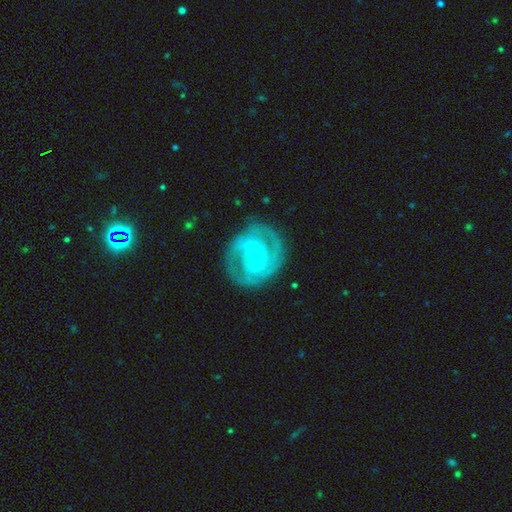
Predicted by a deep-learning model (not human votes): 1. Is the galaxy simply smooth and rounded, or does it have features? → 87% featured or disk, 9% smooth, 5% star or artifact.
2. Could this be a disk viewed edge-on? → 97% no, 3% yes.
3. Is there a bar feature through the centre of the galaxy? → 46% no, 39% weak, 15% strong.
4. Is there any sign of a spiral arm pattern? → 94% yes, 6% no.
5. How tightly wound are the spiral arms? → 66% tight, 28% medium, 6% loose.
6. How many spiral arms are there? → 50% 2, 19% can't tell, 18% 3, 5% 4, 4% 1, 4% more than 4.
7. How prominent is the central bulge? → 55% small, 42% moderate, 1% large, 1% none, 1% dominant.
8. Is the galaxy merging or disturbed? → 78% none, 15% minor disturbance, 6% major disturbance, 1% merger.